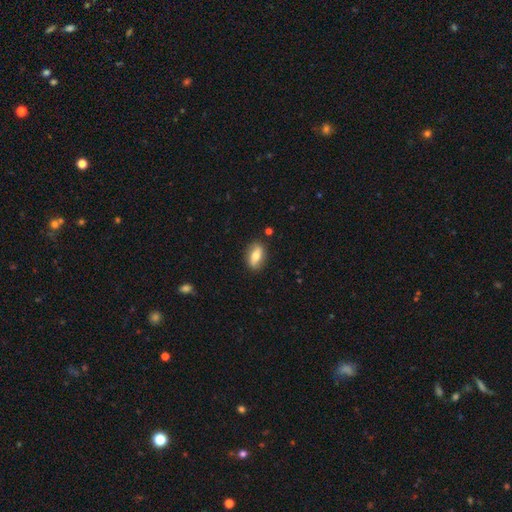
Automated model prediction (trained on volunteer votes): smooth_or_featured: smooth (p=0.57) [alt: featured or disk p=0.37]
how_rounded: in between (p=0.80) [alt: cigar-shaped p=0.11]
merging: none (p=0.85) [alt: minor disturbance p=0.11]